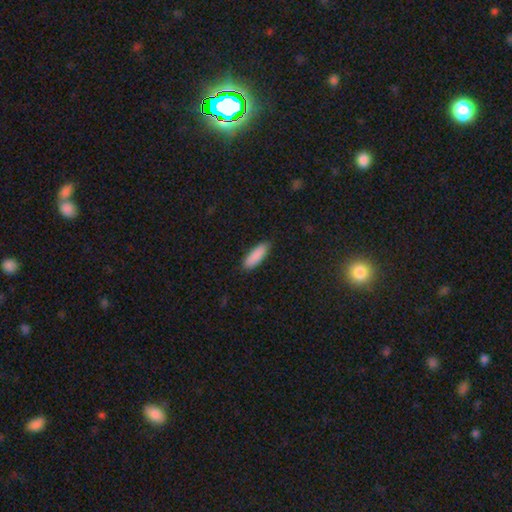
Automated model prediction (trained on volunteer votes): smooth_or_featured: smooth (p=0.89) [alt: star or artifact p=0.06]
how_rounded: in between (p=0.58) [alt: cigar-shaped p=0.41]
merging: none (p=0.86) [alt: minor disturbance p=0.11]